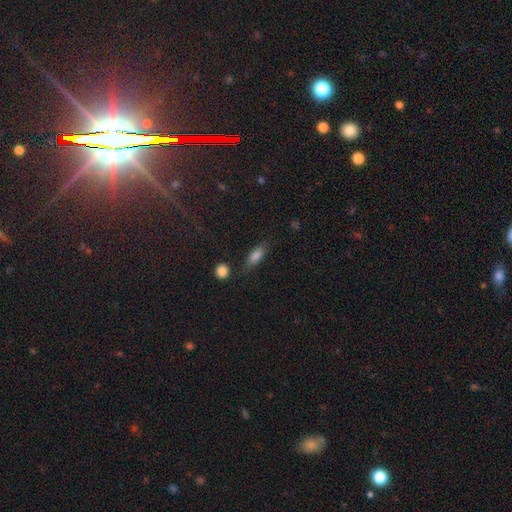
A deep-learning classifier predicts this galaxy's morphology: This appears to be a smooth galaxy with no disk features (75%) that is in between round and cigar-shaped (62%). Merging: none (72%).